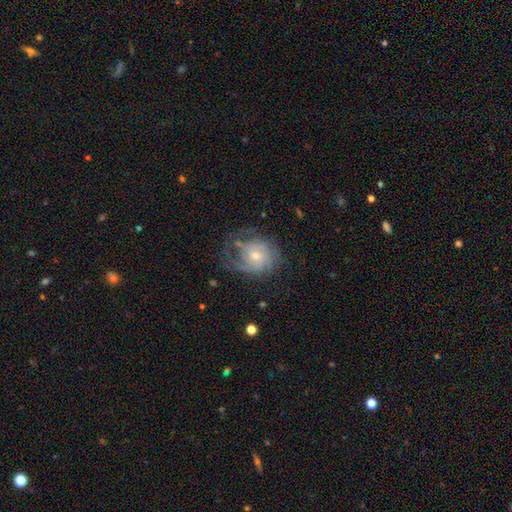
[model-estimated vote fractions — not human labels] A featured or disk galaxy (74%) with no bar (74%), tight (51%) spiral arms (85%) and a small central bulge (50%). Merging: none (49%).